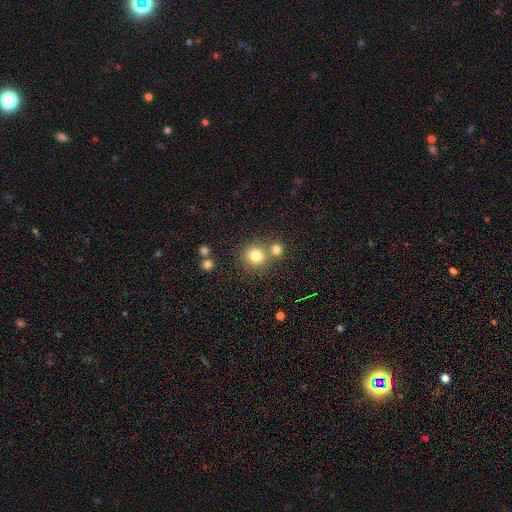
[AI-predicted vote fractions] Overall: smooth (79%). How rounded: round (88%). Merging: none (64%; merger 25%).